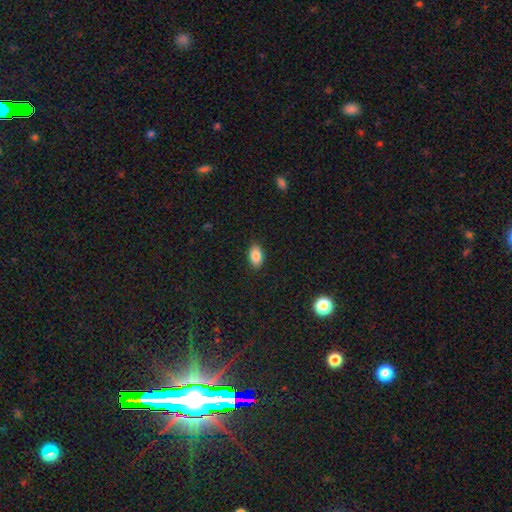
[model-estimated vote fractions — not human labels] Smooth or featured?
  - smooth: 87% *
  - star or artifact: 8%
  - featured or disk: 5%
How rounded?
  - in between: 91% *
  - round: 7%
  - cigar-shaped: 2%
Merging?
  - none: 88% *
  - minor disturbance: 9%
  - major disturbance: 2%
  - merger: 1%